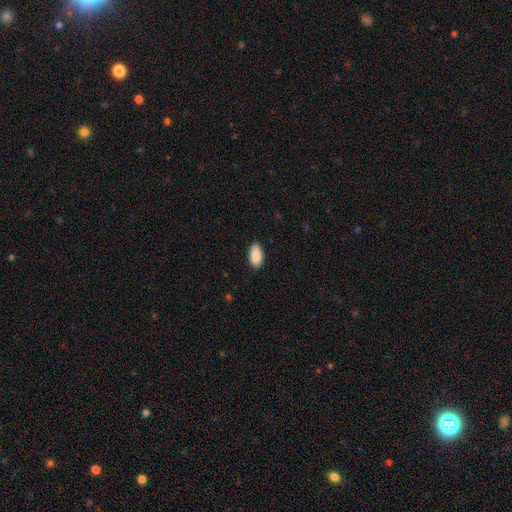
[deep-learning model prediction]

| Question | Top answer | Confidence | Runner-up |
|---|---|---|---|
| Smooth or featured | smooth | 90% | star or artifact (6%) |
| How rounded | in between | 93% | cigar-shaped (5%) |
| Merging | none | 89% | minor disturbance (9%) |